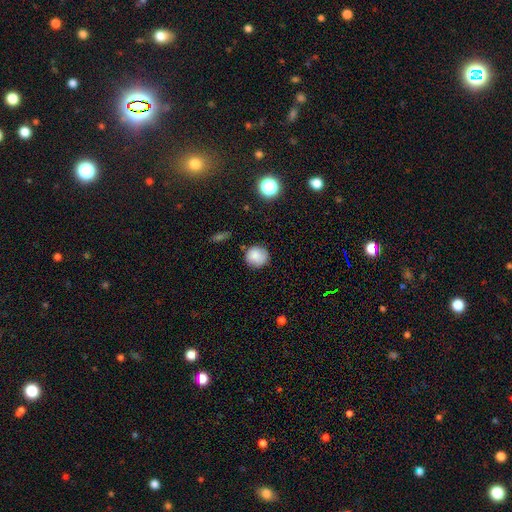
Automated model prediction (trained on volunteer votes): This appears to be a smooth galaxy with no disk features (82%) that is round (91%). Merging: none (78%).